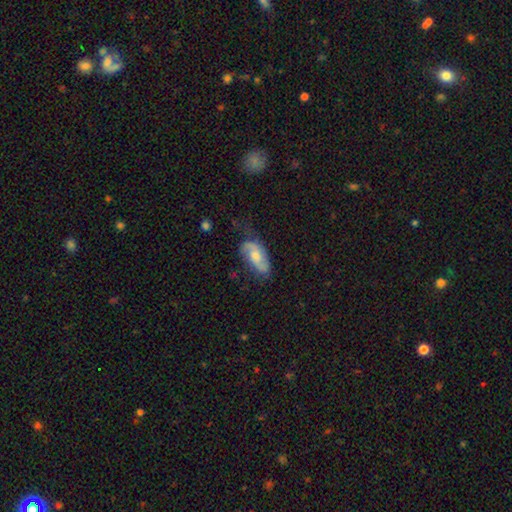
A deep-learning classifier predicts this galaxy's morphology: This appears to be a featured or disk galaxy (61%) with no bar (58%), 2 (80%) medium (42%) spiral arms (88%) and a moderate central bulge (56%). Merging: none (56%).